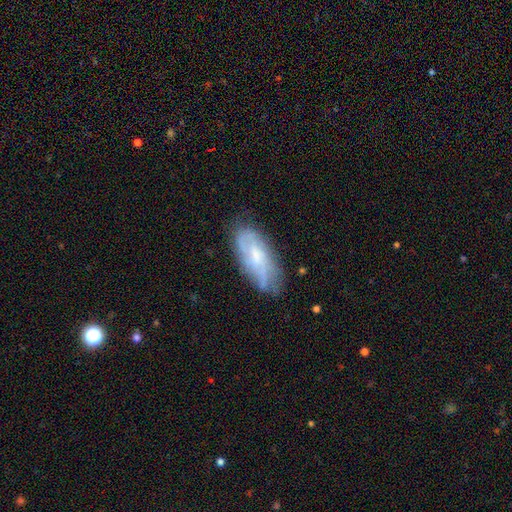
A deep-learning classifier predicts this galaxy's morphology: A featured or disk galaxy (57%). Merging: none (65%).